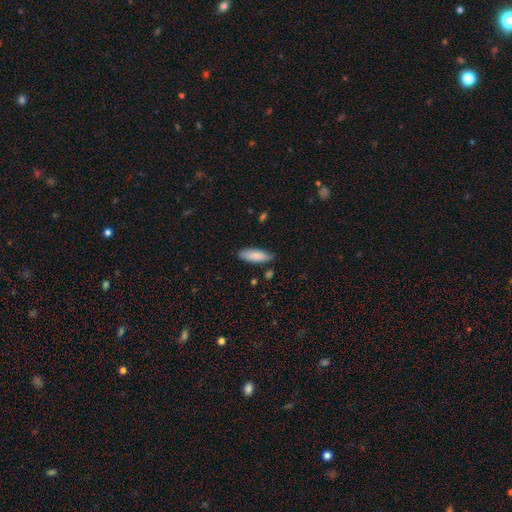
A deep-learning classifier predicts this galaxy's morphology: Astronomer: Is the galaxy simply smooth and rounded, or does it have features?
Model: smooth — 85%.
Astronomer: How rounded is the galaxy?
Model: in between — 67%.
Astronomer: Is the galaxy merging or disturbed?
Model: none — 80%.